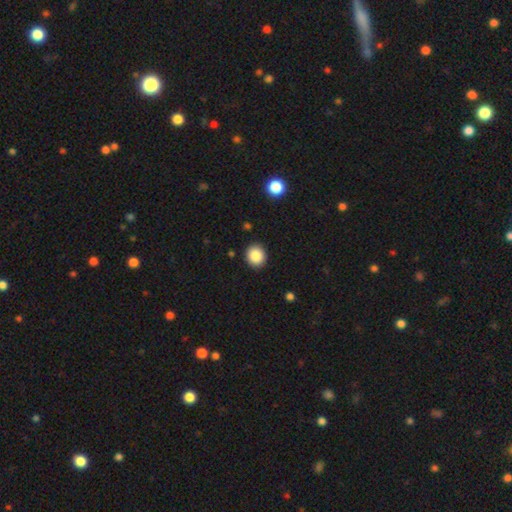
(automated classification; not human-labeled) Q: Smooth or featured?
A: smooth (87%); runner-up: star or artifact (9%)
Q: How rounded?
A: round (81%); runner-up: in between (18%)
Q: Merging?
A: none (90%); runner-up: minor disturbance (7%)